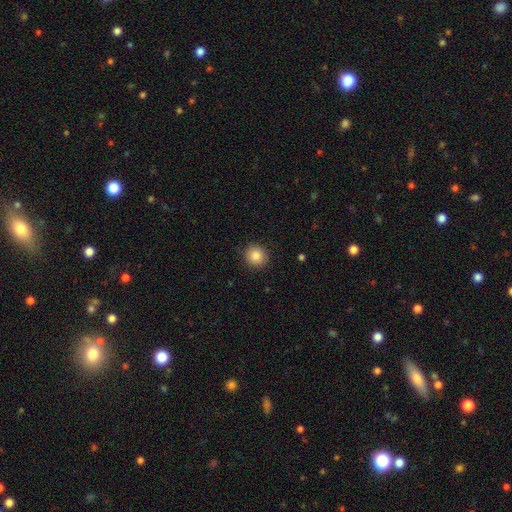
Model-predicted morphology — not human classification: A smooth galaxy with no disk features (85%) that is round (91%). Merging: none (90%).